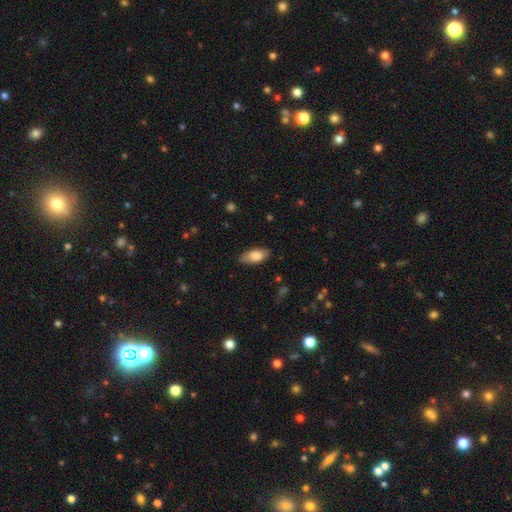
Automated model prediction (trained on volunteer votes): A smooth galaxy with no disk features (84%) that is in between round and cigar-shaped (88%).

Vote fractions:
- Smooth or featured? smooth: 84% / featured or disk: 10% / star or artifact: 6%
- How rounded? in between: 88% / cigar-shaped: 10% / round: 2%
- Merging? none: 82% / minor disturbance: 14% / major disturbance: 3% / merger: 1%